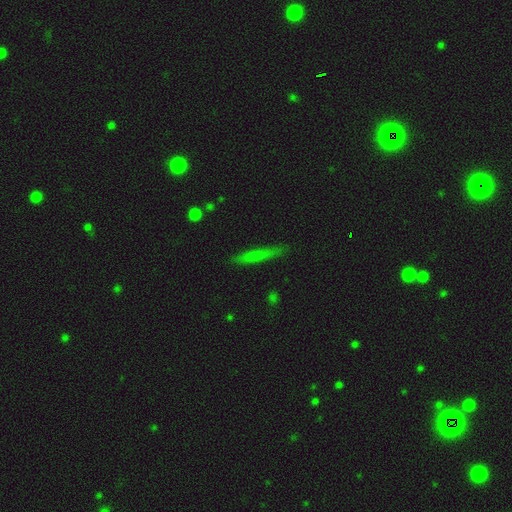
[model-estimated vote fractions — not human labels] This is likely a smooth galaxy (64%). How rounded: clearly cigar-shaped (92%). Merging: clearly none (85%).